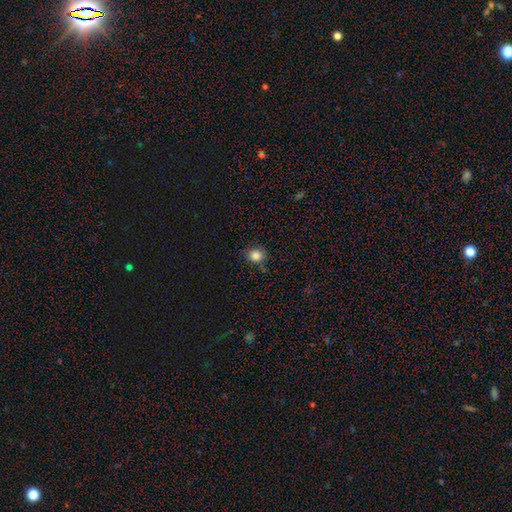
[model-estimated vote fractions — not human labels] This appears to be a smooth galaxy with no disk features (83%) that is round (82%). Merging: none (79%).